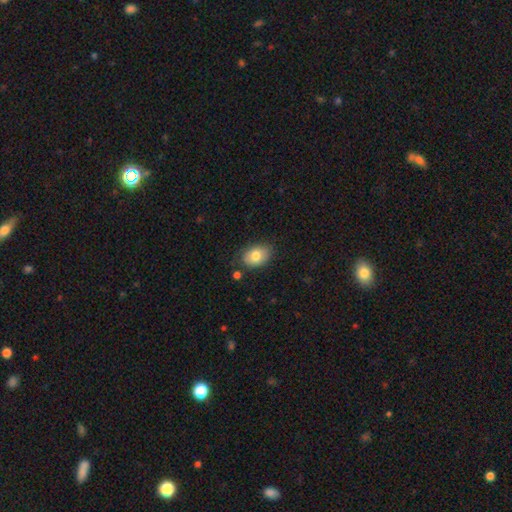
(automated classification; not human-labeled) smooth 80%, featured or disk 12%, star or artifact 8%. Down the decision tree: how rounded — in between (79%); merging — none (76%).